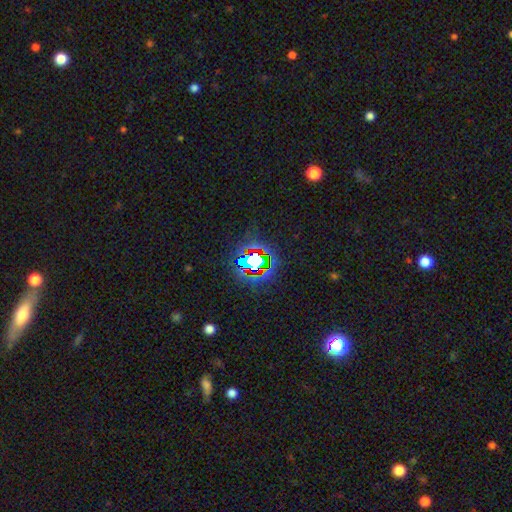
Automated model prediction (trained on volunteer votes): Smooth or featured?
  - star or artifact: 66% *
  - smooth: 20%
  - featured or disk: 14%